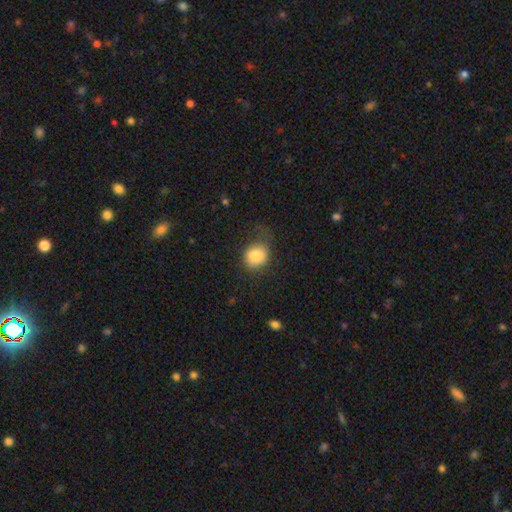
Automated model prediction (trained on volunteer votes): A smooth galaxy with no disk features (83%) that is round (69%).

Vote fractions:
- Smooth or featured? smooth: 83% / star or artifact: 9% / featured or disk: 8%
- How rounded? round: 69% / in between: 30% / cigar-shaped: 1%
- Merging? none: 54% / minor disturbance: 27% / major disturbance: 18% / merger: 2%